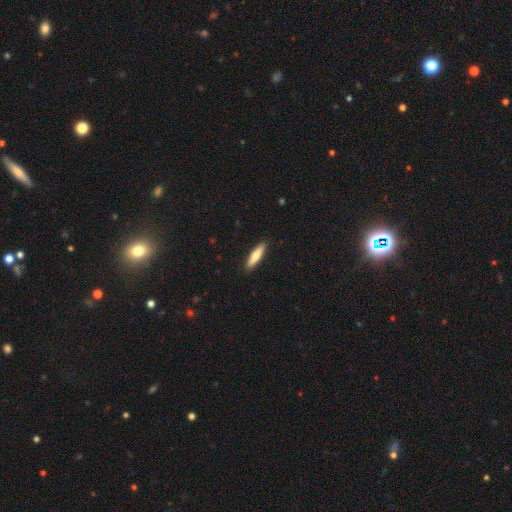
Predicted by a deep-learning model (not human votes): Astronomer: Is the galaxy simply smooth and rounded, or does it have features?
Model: smooth — 69%.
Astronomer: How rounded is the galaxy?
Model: cigar-shaped — 74%.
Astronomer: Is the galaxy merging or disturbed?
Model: none — 91%.